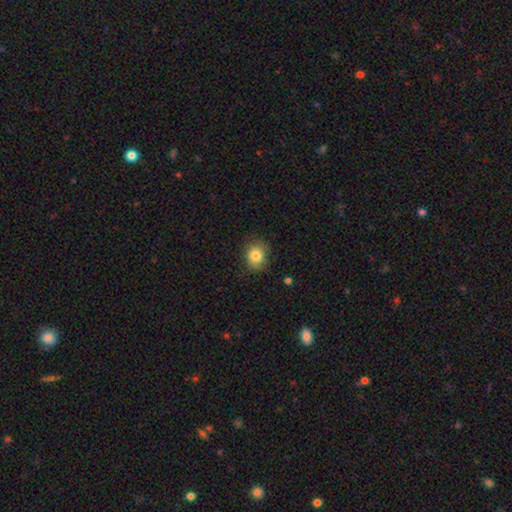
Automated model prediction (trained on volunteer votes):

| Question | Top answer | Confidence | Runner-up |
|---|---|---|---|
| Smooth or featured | smooth | 83% | star or artifact (10%) |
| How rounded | round | 61% | in between (38%) |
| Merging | none | 80% | minor disturbance (15%) |